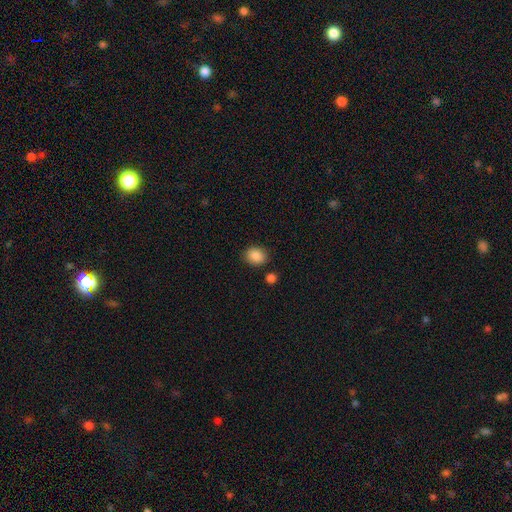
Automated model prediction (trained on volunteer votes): Smooth or featured?
  - smooth: 88% *
  - star or artifact: 9%
  - featured or disk: 3%
How rounded?
  - round: 55% *
  - in between: 44%
  - cigar-shaped: 1%
Merging?
  - none: 85% *
  - minor disturbance: 9%
  - merger: 3%
  - major disturbance: 3%